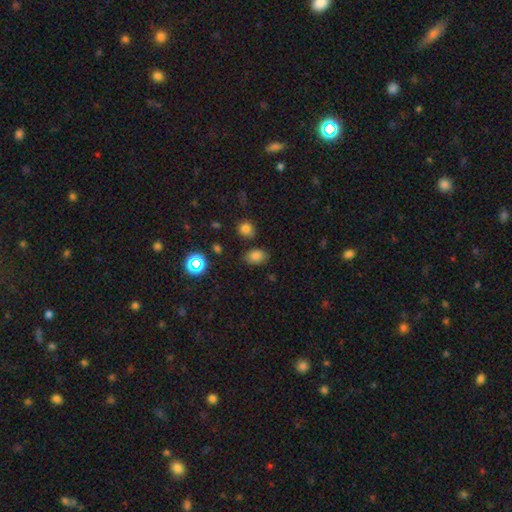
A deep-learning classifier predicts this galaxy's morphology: Smooth or featured: smooth — 78% (star or artifact — 16%)
How rounded: in between — 76% (round — 23%)
Merging: none — 77% (minor disturbance — 14%)